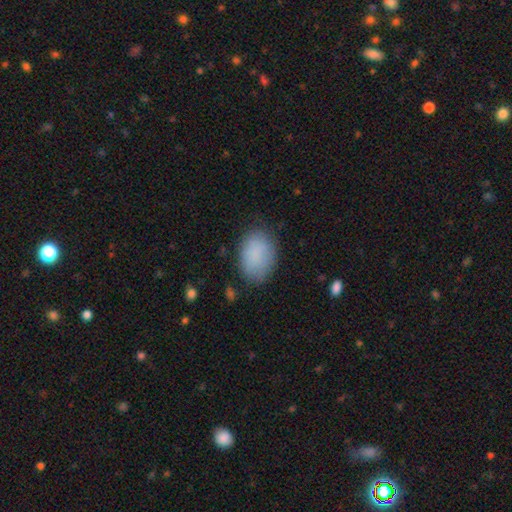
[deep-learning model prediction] Morphology: type=smooth (86%); roundness=in between (84%); merging=none (76%).